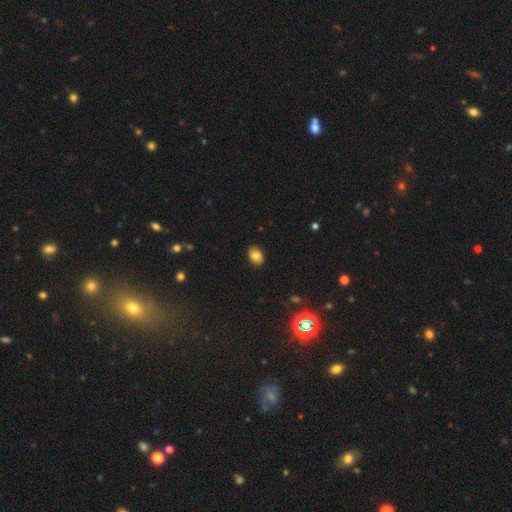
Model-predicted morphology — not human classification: Smooth or featured? Predicted: smooth (p=0.81). How rounded? Predicted: in between (p=0.70). Merging? Predicted: none (p=0.87).